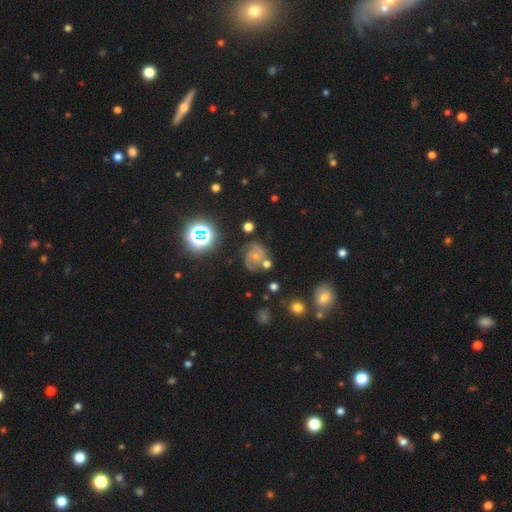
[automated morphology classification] Smooth or featured? Predicted: featured or disk (p=0.74). Edge-on disk? Predicted: no (p=0.98). Bar? Predicted: no (p=0.67). Spiral arms? Predicted: yes (p=0.95). Spiral winding? Predicted: medium (p=0.49). Spiral arm count? Predicted: 2 (p=0.60). Bulge size? Predicted: small (p=0.62). Merging? Predicted: none (p=0.63).